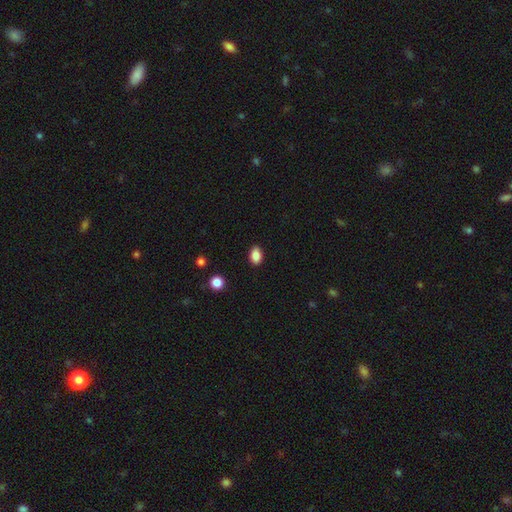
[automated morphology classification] Smooth or featured? Predicted: smooth (p=0.88). How rounded? Predicted: in between (p=0.82). Merging? Predicted: none (p=0.88).